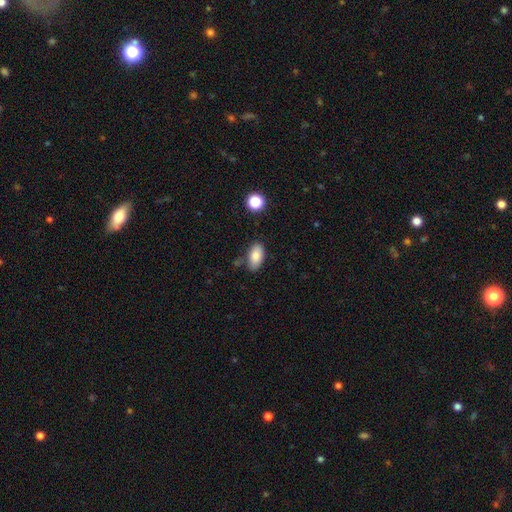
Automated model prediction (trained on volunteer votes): smooth_or_featured: smooth (p=0.83) [alt: featured or disk p=0.09]
how_rounded: in between (p=0.92) [alt: round p=0.04]
merging: none (p=0.74) [alt: minor disturbance p=0.17]